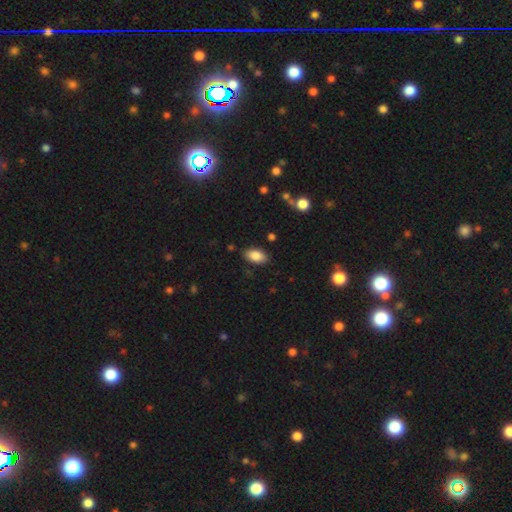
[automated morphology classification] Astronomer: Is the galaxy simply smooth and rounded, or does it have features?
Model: smooth — 86%.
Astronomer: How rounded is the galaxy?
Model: in between — 93%.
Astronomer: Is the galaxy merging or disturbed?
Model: none — 86%.